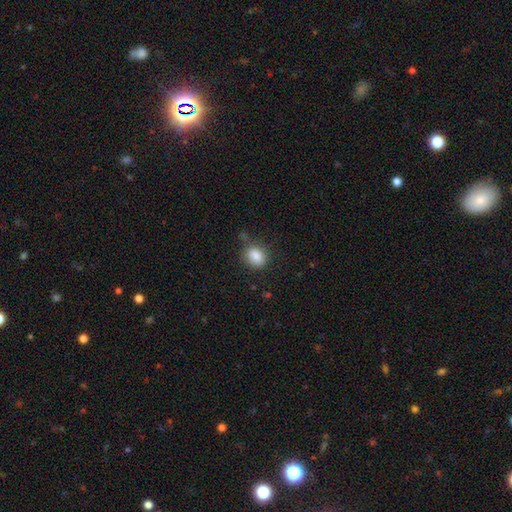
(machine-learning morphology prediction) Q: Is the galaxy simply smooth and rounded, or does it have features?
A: smooth — 85%.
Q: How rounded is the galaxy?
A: round — 60%.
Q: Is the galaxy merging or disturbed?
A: none — 71%.